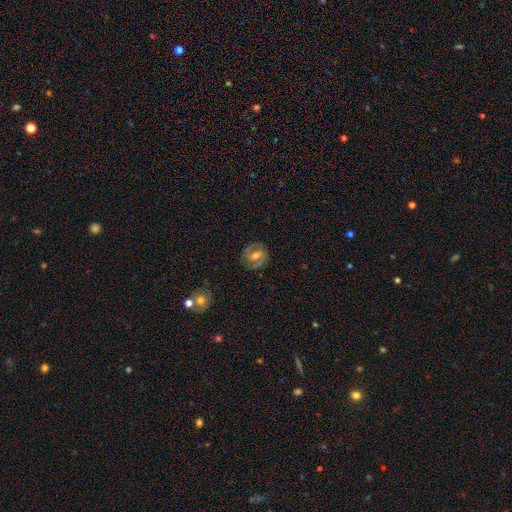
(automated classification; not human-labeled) Overall: featured or disk (68%). Edge-on disk: no (96%). Bar: weak (46%; strong 30%). Spiral arms: yes (80%). Spiral arm count: 2 (83%). Spiral winding: tight (45%; medium 42%). Bulge size: moderate (67%). Merging: none (83%).